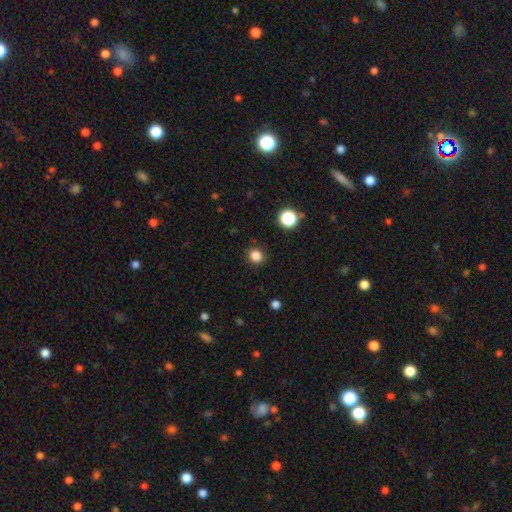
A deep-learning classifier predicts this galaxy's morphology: smooth-or-featured: smooth: 84% | star or artifact: 13% | featured or disk: 3%
  how-rounded: round: 86% | in between: 13% | cigar-shaped: 1%
  merging: none: 89% | minor disturbance: 7% | major disturbance: 2% | merger: 1%